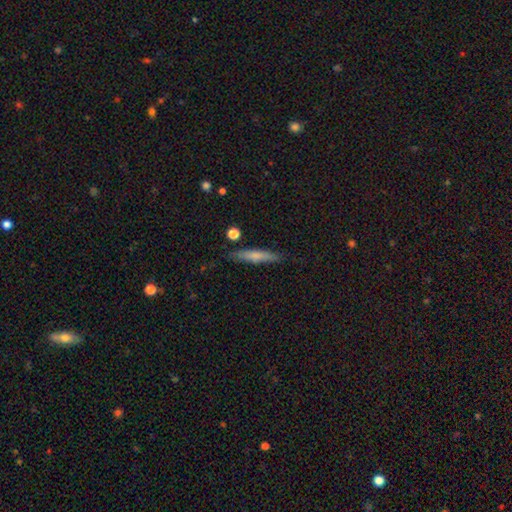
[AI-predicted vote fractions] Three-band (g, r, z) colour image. It shows a smooth galaxy with no disk features (63%) that is cigar-shaped (89%). Merging: none (84%).